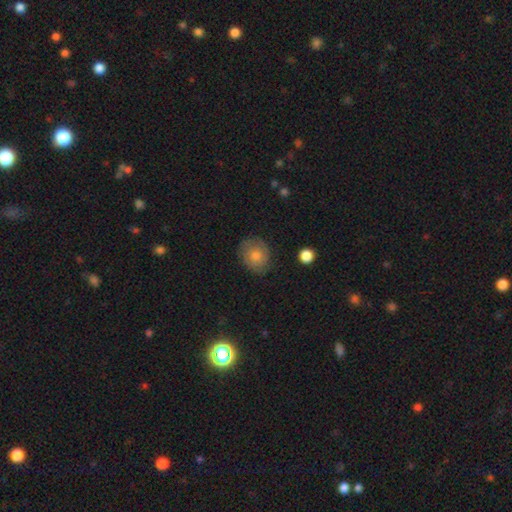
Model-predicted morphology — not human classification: A smooth galaxy with no disk features (57%) that is round (73%). Merging: none (80%).